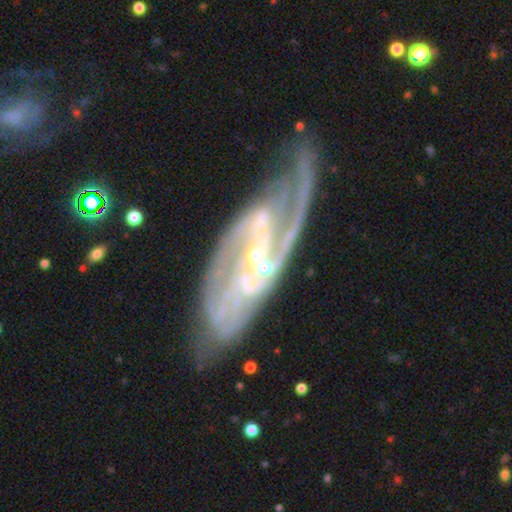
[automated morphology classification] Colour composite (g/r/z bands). It shows a featured or disk galaxy (89%) with a strong bar (38%), 2 (66%) medium (48%) spiral arms (96%) and a small central bulge (78%). Merging: none (55%).